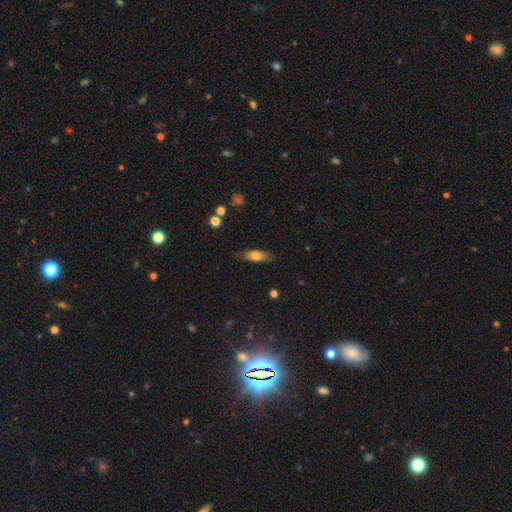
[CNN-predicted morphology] A smooth galaxy with no disk features (66%) that is in between round and cigar-shaped (65%).

Vote fractions:
- Smooth or featured? smooth: 66% / featured or disk: 26% / star or artifact: 8%
- How rounded? in between: 65% / cigar-shaped: 31% / round: 4%
- Merging? none: 77% / minor disturbance: 17% / major disturbance: 4% / merger: 1%